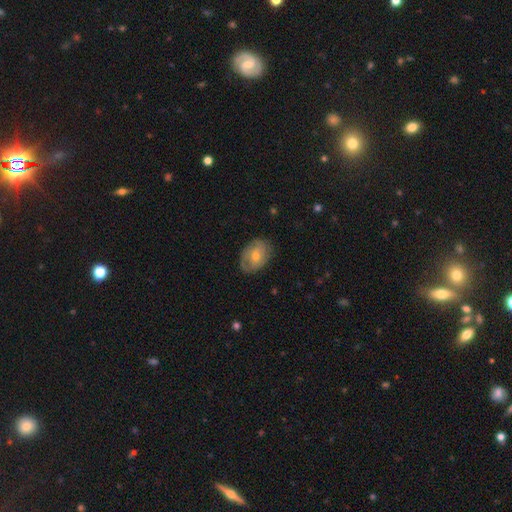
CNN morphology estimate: A smooth galaxy with no disk features (47%).

Vote fractions:
- Smooth or featured? smooth: 47% / featured or disk: 45% / star or artifact: 8%
- Merging? none: 75% / minor disturbance: 19% / major disturbance: 5% / merger: 1%